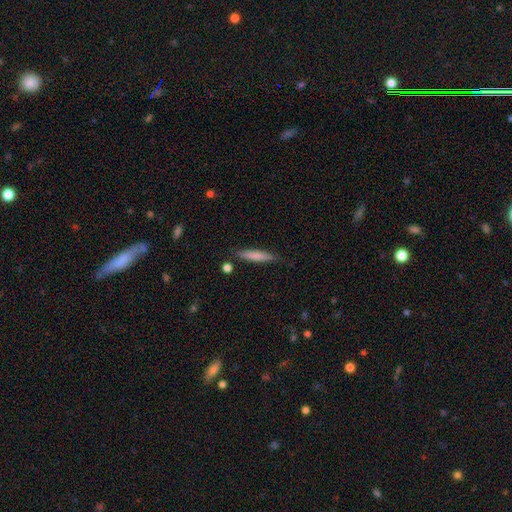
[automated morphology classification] smooth_or_featured: smooth (p=0.75) [alt: featured or disk p=0.19]
how_rounded: cigar-shaped (p=0.90) [alt: in between p=0.09]
merging: none (p=0.82) [alt: minor disturbance p=0.13]